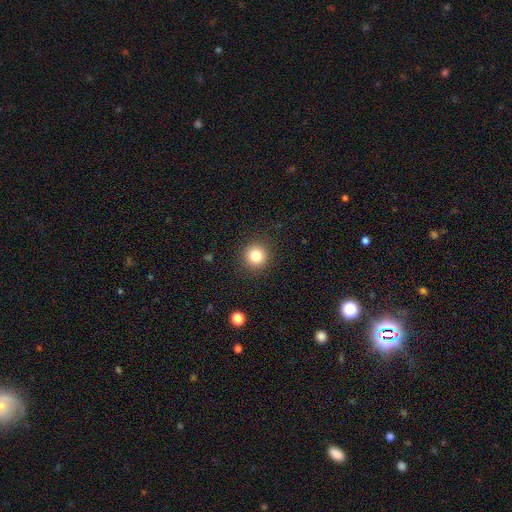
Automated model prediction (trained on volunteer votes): The model was most divided on "smooth or featured": smooth: 83%, star or artifact: 11%, featured or disk: 6%. More confident: how rounded — round (94%); merging — none (90%).